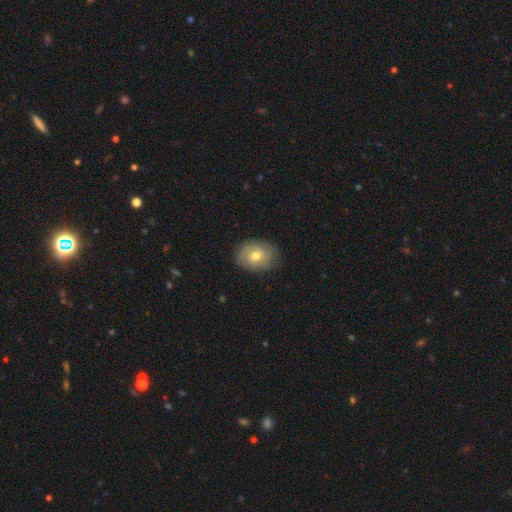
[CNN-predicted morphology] This appears to be a smooth galaxy with no disk features (56%) that is in between round and cigar-shaped (52%). Merging: none (76%).